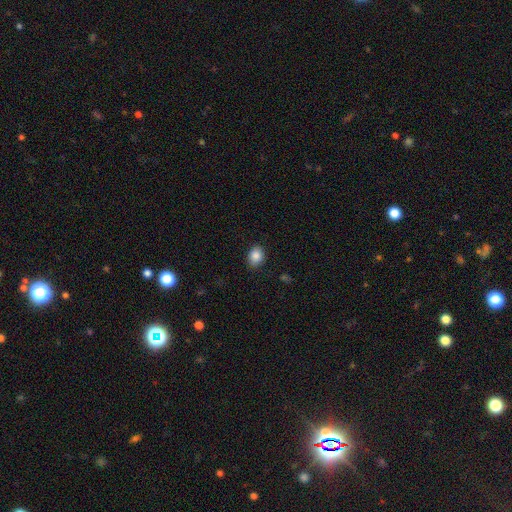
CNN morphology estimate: type=smooth (87%); roundness=in between (58%); merging=none (86%).